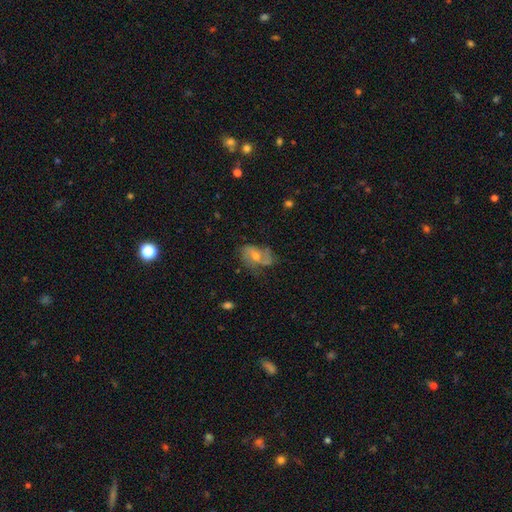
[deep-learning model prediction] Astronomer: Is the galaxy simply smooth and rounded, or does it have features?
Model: featured or disk — 63%.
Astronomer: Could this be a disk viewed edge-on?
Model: no — 96%.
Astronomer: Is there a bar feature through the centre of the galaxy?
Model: no — 60%.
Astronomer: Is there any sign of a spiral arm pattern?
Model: yes — 81%.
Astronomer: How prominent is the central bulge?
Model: moderate — 61%.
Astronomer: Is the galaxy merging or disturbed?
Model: none — 56%.